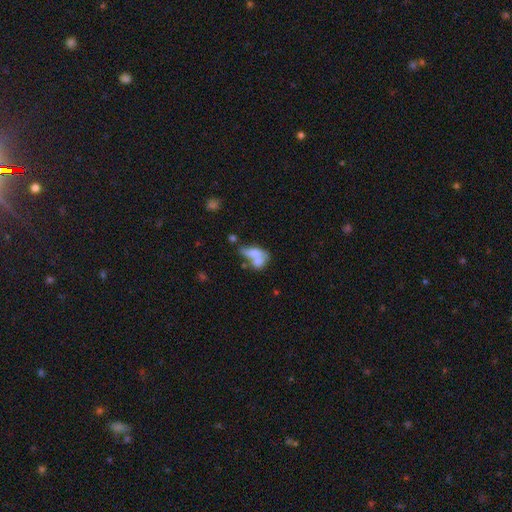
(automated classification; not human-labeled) smooth 64%, featured or disk 27%, star or artifact 9%. Down the decision tree: how rounded — in between (76%); merging — merger (60%).